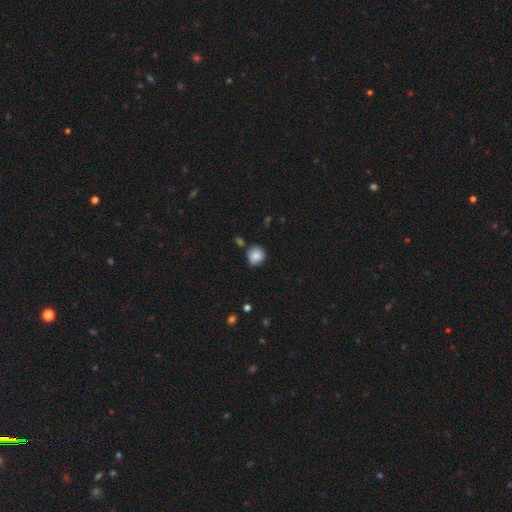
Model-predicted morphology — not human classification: Smooth or featured? smooth (86%)
How rounded? round (89%)
Merging? none (74%)